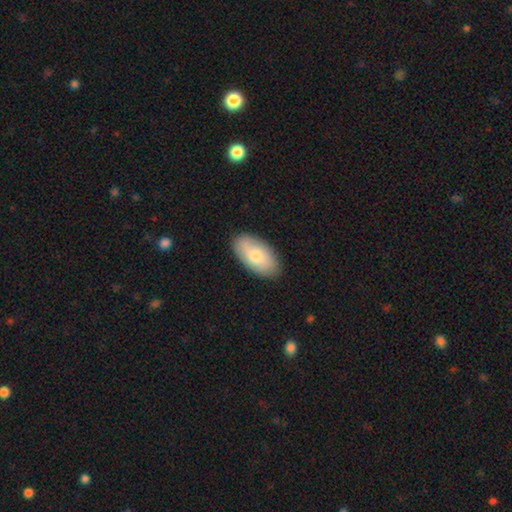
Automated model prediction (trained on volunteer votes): Smooth or featured? smooth (71%)
How rounded? in between (95%)
Merging? none (86%)